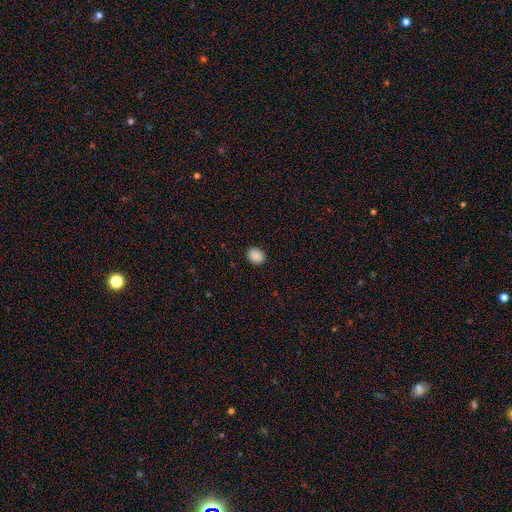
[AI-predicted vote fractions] Smooth or featured: smooth — 89% (star or artifact — 9%)
How rounded: in between — 50% (round — 49%)
Merging: none — 90% (minor disturbance — 7%)